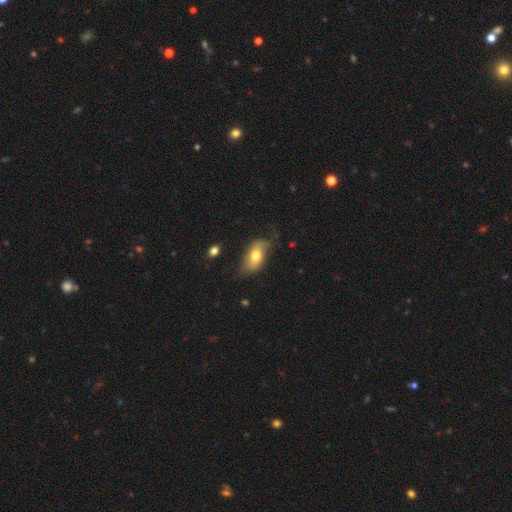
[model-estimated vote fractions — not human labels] smooth-or-featured: smooth: 64% | featured or disk: 29% | star or artifact: 7%
  how-rounded: in between: 89% | round: 7% | cigar-shaped: 4%
  merging: none: 57% | minor disturbance: 31% | major disturbance: 10% | merger: 2%